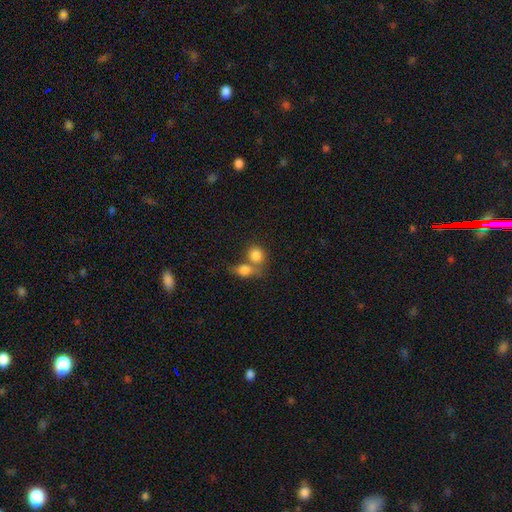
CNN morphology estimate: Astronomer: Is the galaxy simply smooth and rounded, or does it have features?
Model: smooth — 83%.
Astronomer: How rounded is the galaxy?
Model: round — 68%.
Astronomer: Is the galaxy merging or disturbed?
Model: merger — 51% (runner-up: none, 36%).